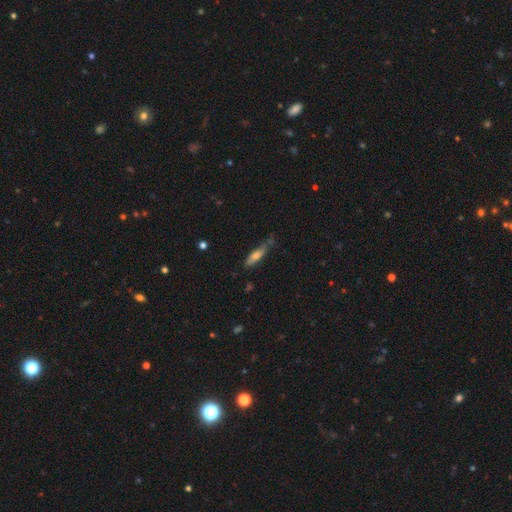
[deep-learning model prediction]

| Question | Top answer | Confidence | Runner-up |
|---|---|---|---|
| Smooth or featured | smooth | 64% | featured or disk (29%) |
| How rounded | cigar-shaped | 68% | in between (30%) |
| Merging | none | 62% | minor disturbance (27%) |